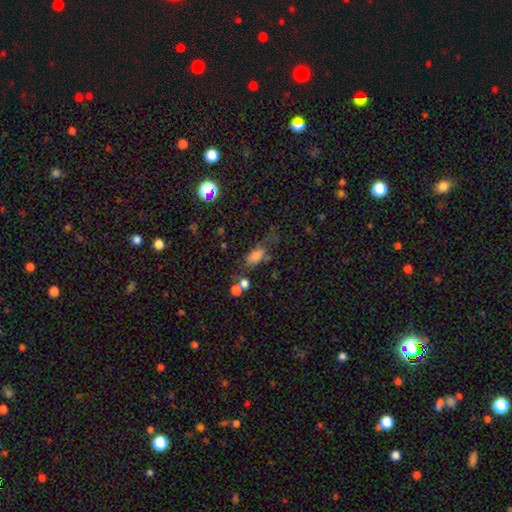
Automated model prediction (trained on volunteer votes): Smooth or featured?
  - smooth: 71% *
  - featured or disk: 16%
  - star or artifact: 13%
How rounded?
  - in between: 82% *
  - round: 9%
  - cigar-shaped: 9%
Merging?
  - none: 38% *
  - major disturbance: 25%
  - minor disturbance: 23%
  - merger: 14%